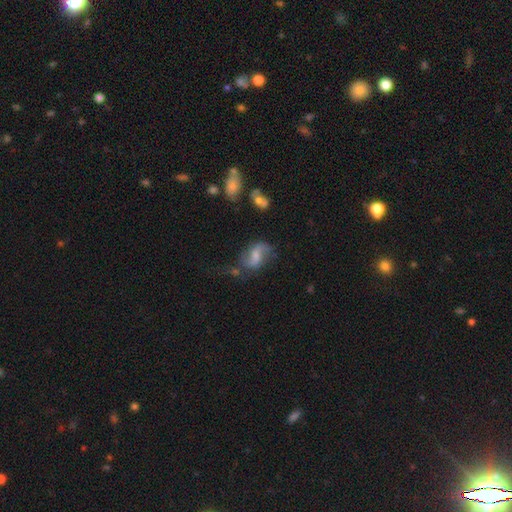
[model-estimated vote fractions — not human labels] Smooth or featured: featured or disk — 67% (smooth — 24%)
Edge-on disk: no — 96% (yes — 4%)
Bar: weak — 50% (no — 32%)
Spiral arms: yes — 91% (no — 9%)
Spiral winding: loose — 62% (medium — 30%)
Spiral arm count: 2 — 88% (can't tell — 5%)
Bulge size: moderate — 36% (small — 31%)
Merging: none — 58% (minor disturbance — 22%)